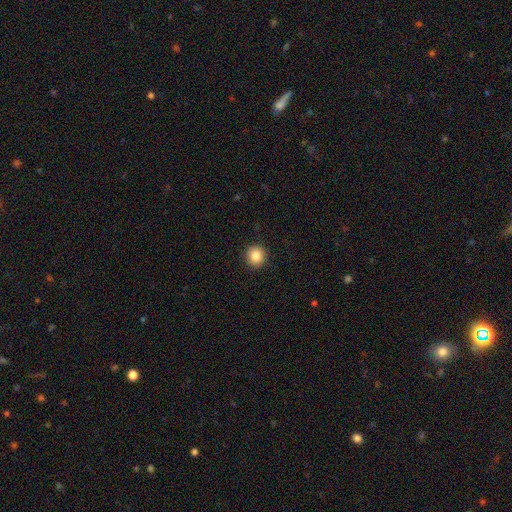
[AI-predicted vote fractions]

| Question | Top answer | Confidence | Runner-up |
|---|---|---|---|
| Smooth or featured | smooth | 85% | star or artifact (10%) |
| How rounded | round | 92% | in between (7%) |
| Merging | none | 92% | minor disturbance (5%) |